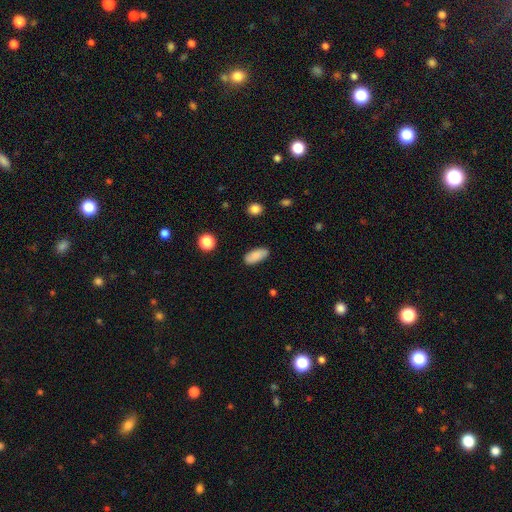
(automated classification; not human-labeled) A smooth galaxy with no disk features (86%) that is in between round and cigar-shaped (87%).

Vote fractions:
- Smooth or featured? smooth: 86% / star or artifact: 7% / featured or disk: 7%
- How rounded? in between: 87% / cigar-shaped: 11% / round: 2%
- Merging? none: 86% / minor disturbance: 11% / major disturbance: 2% / merger: 1%